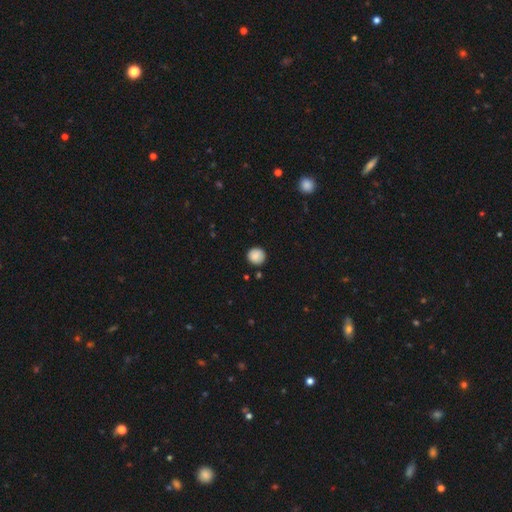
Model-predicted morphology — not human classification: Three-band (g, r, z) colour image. It shows a smooth galaxy with no disk features (87%) that is round (93%). Merging: none (89%).